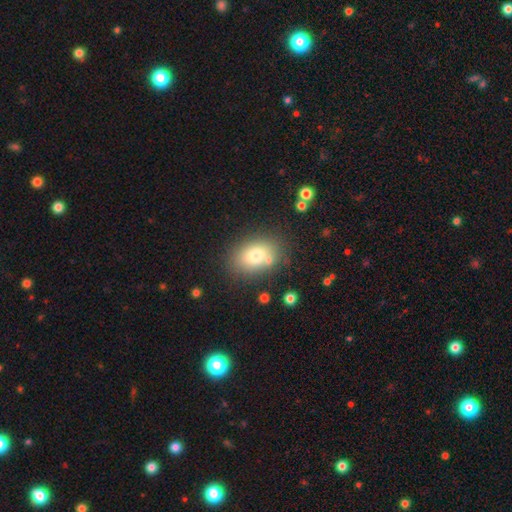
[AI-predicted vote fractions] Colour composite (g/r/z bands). It shows a smooth galaxy with no disk features (75%) that is in between round and cigar-shaped (74%). Merging: none (73%).